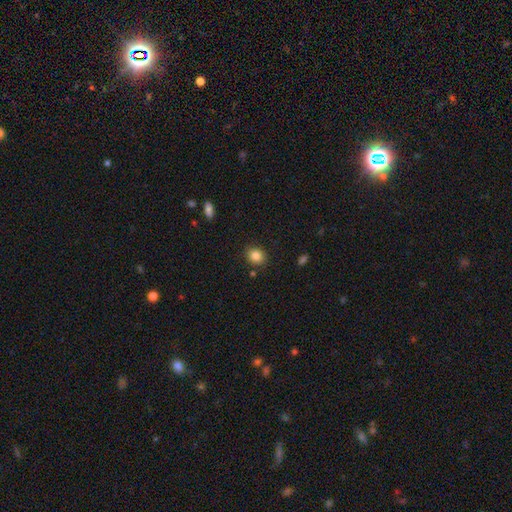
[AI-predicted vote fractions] smooth 85%, star or artifact 10%, featured or disk 5%. Down the decision tree: how rounded — round (61%); merging — none (87%).